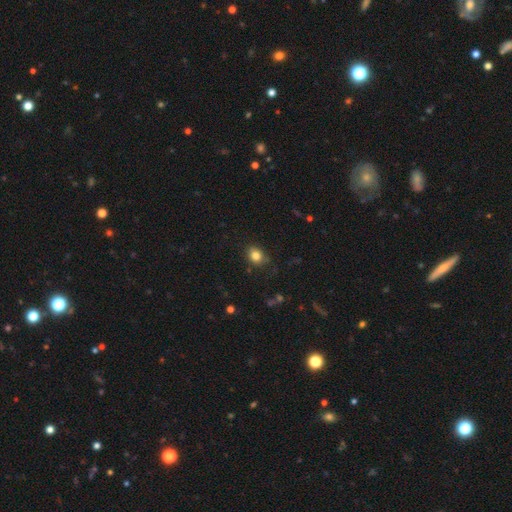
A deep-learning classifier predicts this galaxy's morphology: smooth 83%, star or artifact 11%, featured or disk 6%. Down the decision tree: how rounded — round (52%); merging — none (78%).